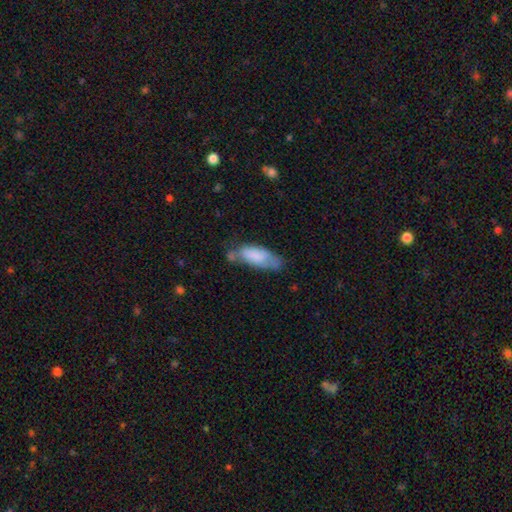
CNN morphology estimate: This is likely a smooth galaxy (76%). How rounded: likely in between (76%). Merging: marginally none (41%).